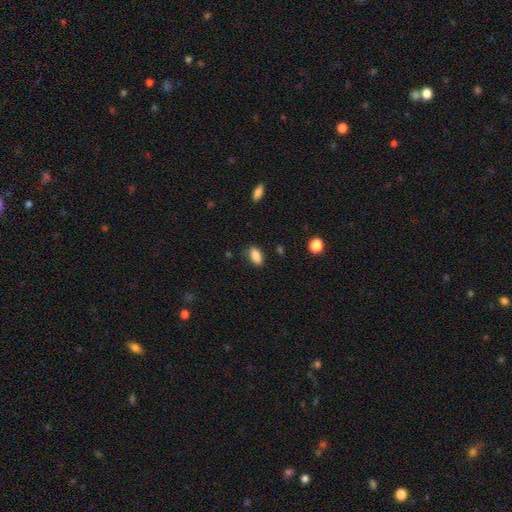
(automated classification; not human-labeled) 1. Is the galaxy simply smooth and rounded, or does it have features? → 87% smooth, 8% star or artifact, 5% featured or disk.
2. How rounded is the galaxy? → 89% in between, 6% round, 5% cigar-shaped.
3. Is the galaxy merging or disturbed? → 81% none, 15% minor disturbance, 3% major disturbance, 2% merger.